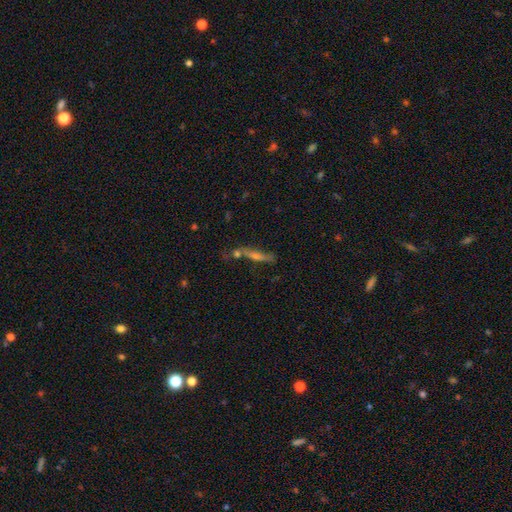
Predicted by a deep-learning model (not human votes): Overall: featured or disk (51%; smooth 33%). Edge-on disk: yes (85%). Merging: none (64%).